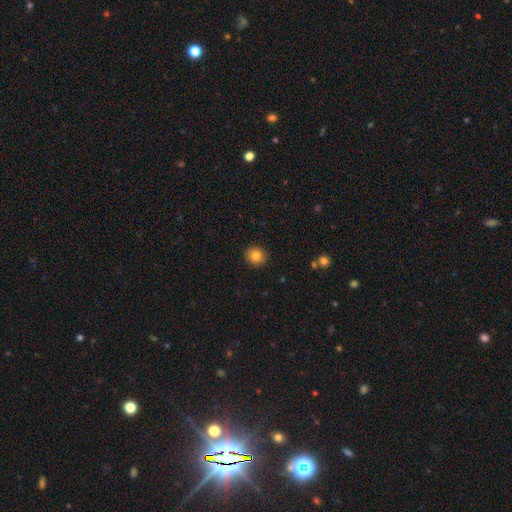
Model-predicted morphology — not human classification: The model was most divided on "smooth or featured": smooth: 83%, star or artifact: 10%, featured or disk: 7%. More confident: merging — none (91%); how rounded — round (89%).